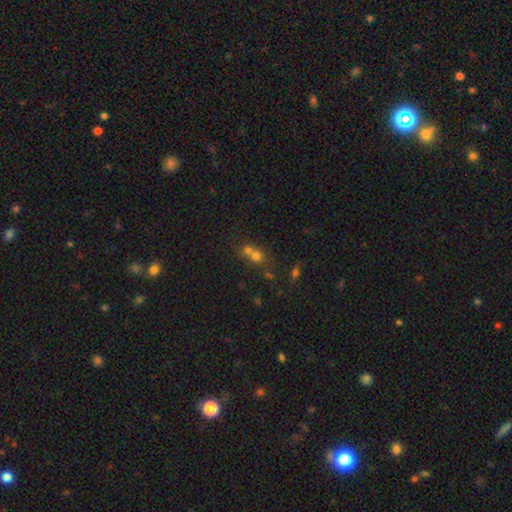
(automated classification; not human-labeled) Smooth or featured: smooth — 65% (star or artifact — 19%)
How rounded: round — 79% (in between — 19%)
Merging: merger — 58% (none — 33%)